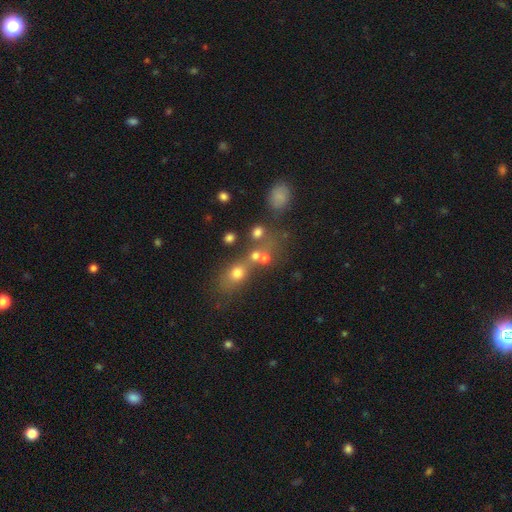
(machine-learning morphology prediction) smooth 64%, star or artifact 20%, featured or disk 16%. Down the decision tree: how rounded — round (70%); merging — none (42%).